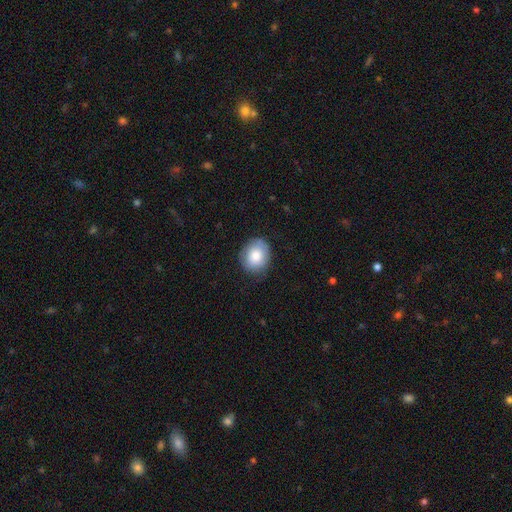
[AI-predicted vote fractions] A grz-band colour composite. It shows a smooth galaxy with no disk features (81%) that is round (64%). Merging: none (79%).